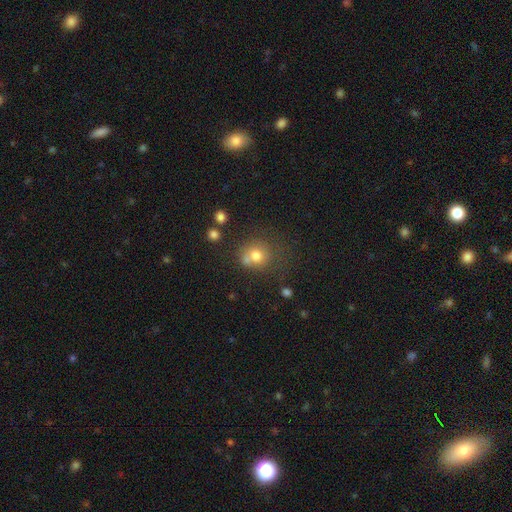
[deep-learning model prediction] Smooth or featured?
  - smooth: 73% *
  - star or artifact: 14%
  - featured or disk: 13%
How rounded?
  - round: 81% *
  - in between: 18%
  - cigar-shaped: 1%
Merging?
  - none: 53% *
  - merger: 24%
  - minor disturbance: 15%
  - major disturbance: 8%